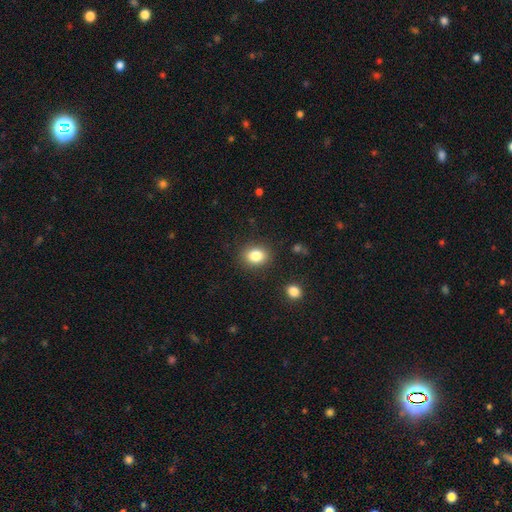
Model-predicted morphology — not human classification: A smooth galaxy with no disk features (83%) that is round (56%). Merging: none (87%).